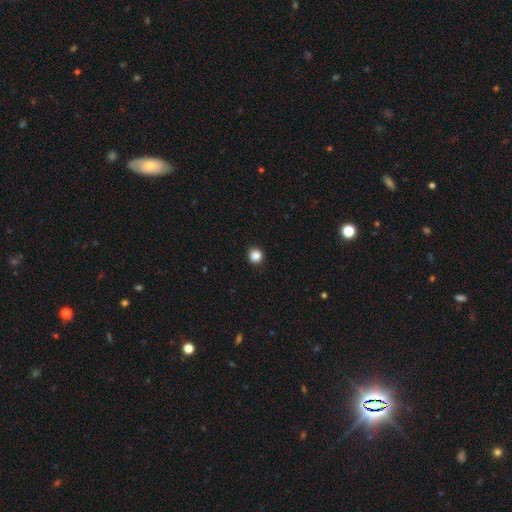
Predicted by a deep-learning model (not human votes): This is clearly a smooth galaxy (86%). How rounded: clearly round (93%). Merging: clearly none (93%).